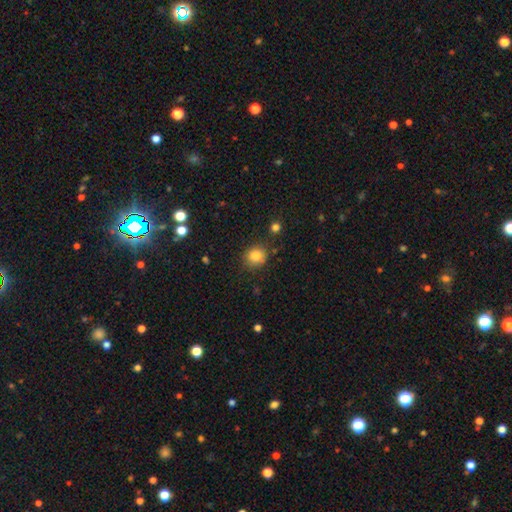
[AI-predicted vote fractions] Morphology: type=smooth (84%); roundness=round (81%); merging=none (80%).